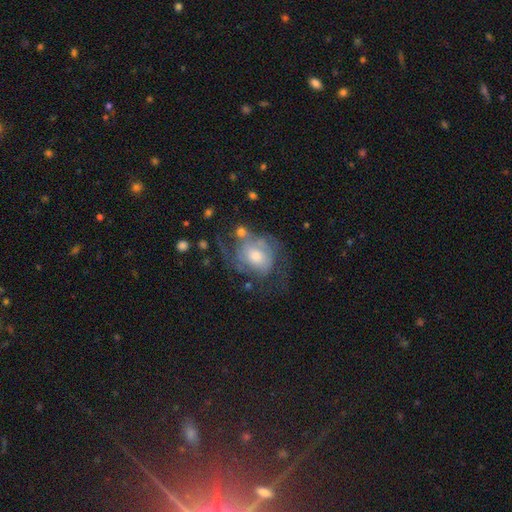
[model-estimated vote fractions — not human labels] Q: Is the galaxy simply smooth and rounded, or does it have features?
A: featured or disk — 67%.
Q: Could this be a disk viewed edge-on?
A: no — 97%.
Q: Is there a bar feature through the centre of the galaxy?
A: no — 72%.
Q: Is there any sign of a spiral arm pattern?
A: yes — 77%.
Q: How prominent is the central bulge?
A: moderate — 57%.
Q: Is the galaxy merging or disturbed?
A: none — 45%.